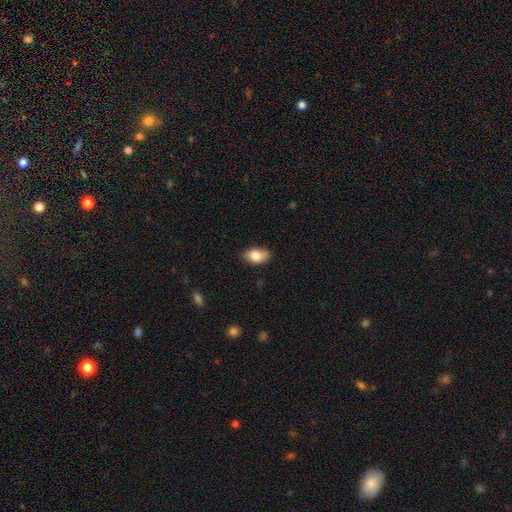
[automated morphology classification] Smooth or featured: smooth — 81% (featured or disk — 12%)
How rounded: in between — 90% (round — 8%)
Merging: none — 72% (minor disturbance — 23%)